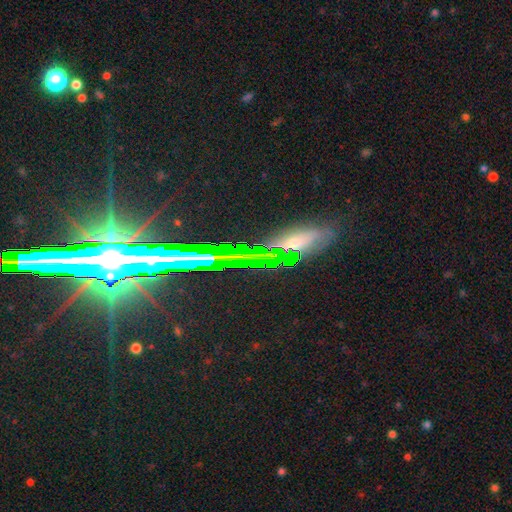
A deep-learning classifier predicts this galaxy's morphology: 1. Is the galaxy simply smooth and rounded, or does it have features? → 53% star or artifact, 30% featured or disk, 17% smooth.